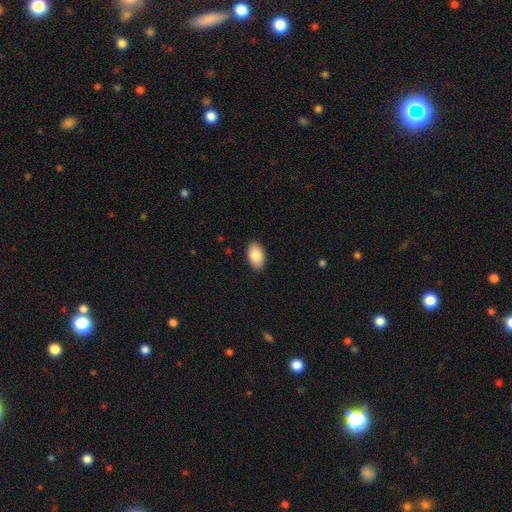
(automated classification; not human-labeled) Smooth or featured? Predicted: smooth (p=0.85). How rounded? Predicted: in between (p=0.92). Merging? Predicted: none (p=0.89).